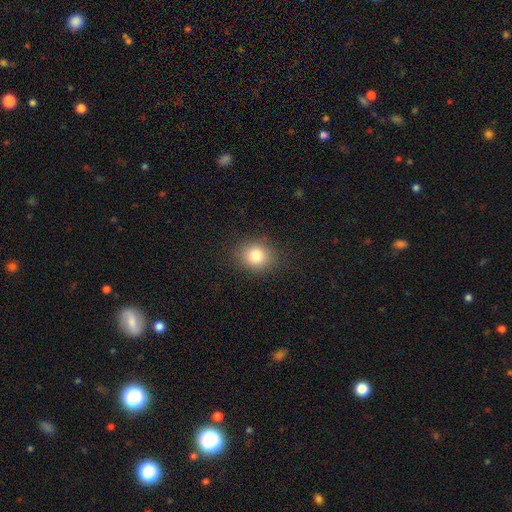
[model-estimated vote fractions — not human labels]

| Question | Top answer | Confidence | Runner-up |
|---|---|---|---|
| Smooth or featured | smooth | 82% | star or artifact (11%) |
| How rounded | round | 64% | in between (35%) |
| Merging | none | 86% | minor disturbance (10%) |